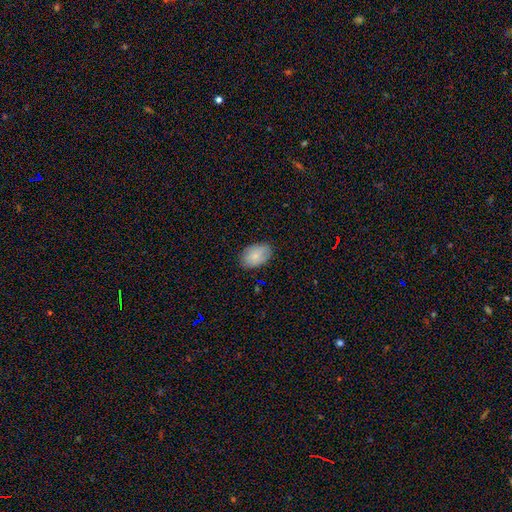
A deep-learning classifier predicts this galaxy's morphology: A smooth galaxy with no disk features (81%) that is in between round and cigar-shaped (89%). Merging: none (83%).